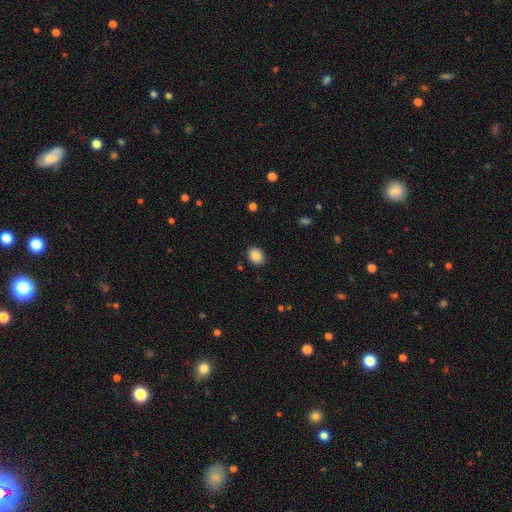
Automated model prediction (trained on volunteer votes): Smooth or featured? smooth (88%)
How rounded? in between (62%)
Merging? none (87%)